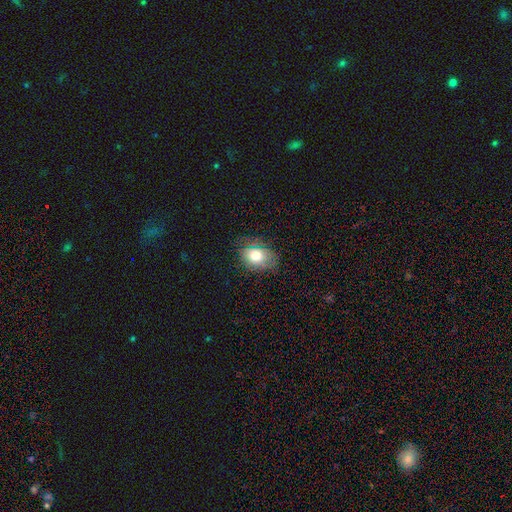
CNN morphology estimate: Overall: smooth (72%). How rounded: in between (60%; round 38%). Merging: none (73%).